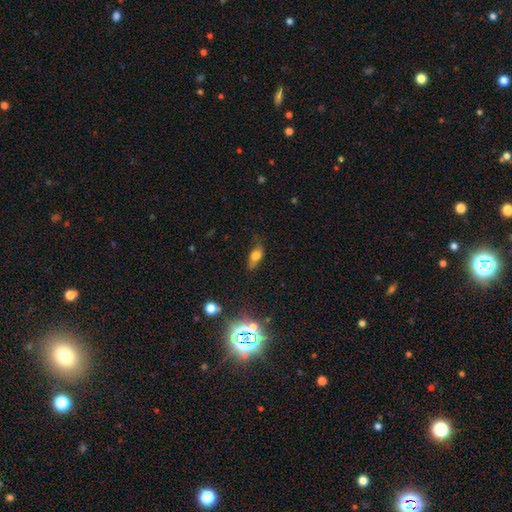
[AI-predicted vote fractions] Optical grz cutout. It shows a smooth galaxy with no disk features (65%) that is in between round and cigar-shaped (74%). Merging: none (62%).